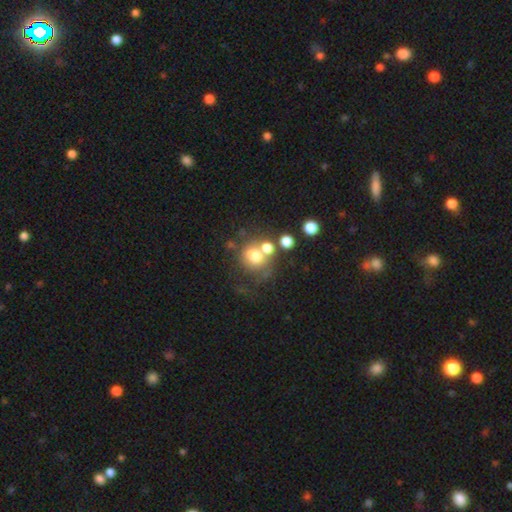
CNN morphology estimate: smooth_or_featured: smooth (p=0.64) [alt: featured or disk p=0.21]
how_rounded: round (p=0.72) [alt: in between p=0.27]
merging: merger (p=0.38) [alt: none p=0.37]